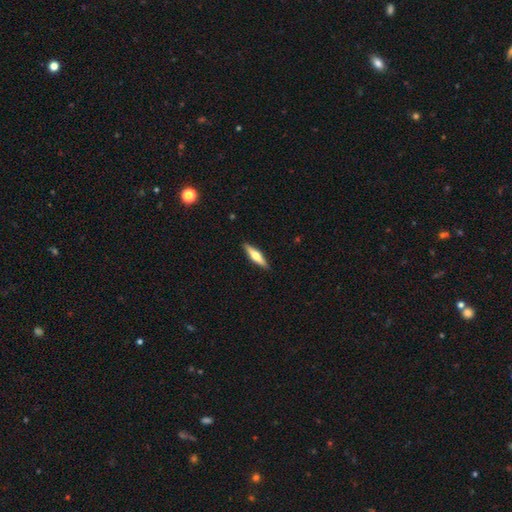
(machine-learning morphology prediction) A featured or disk galaxy (53%) viewed edge-on (96%) with a rounded central bulge (91%). Merging: none (90%).